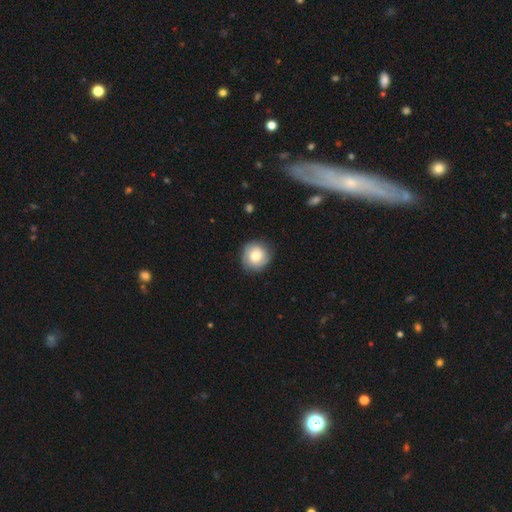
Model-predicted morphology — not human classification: smooth_or_featured: featured or disk (p=0.47) [alt: smooth p=0.46]
merging: none (p=0.80) [alt: minor disturbance p=0.15]